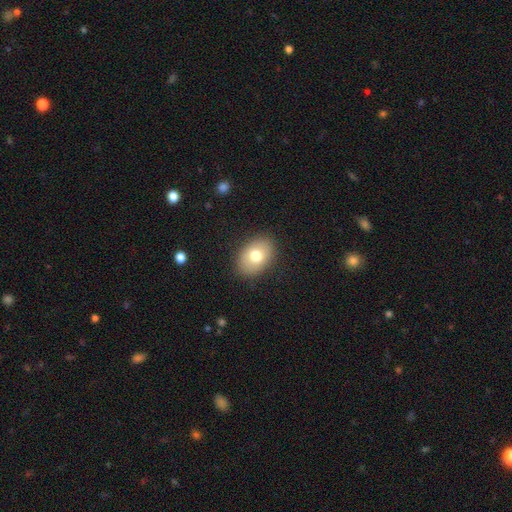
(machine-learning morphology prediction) smooth_or_featured: smooth (p=0.75) [alt: featured or disk p=0.17]
how_rounded: in between (p=0.81) [alt: round p=0.18]
merging: none (p=0.87) [alt: minor disturbance p=0.09]